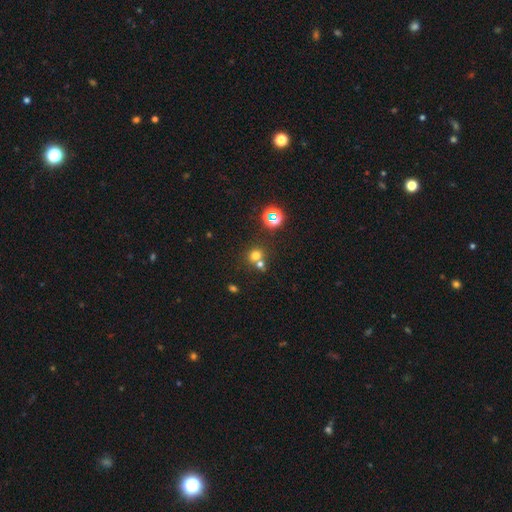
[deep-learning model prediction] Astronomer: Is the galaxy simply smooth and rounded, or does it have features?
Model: smooth — 64%.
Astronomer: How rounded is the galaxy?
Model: round — 80%.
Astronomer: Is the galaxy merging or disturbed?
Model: none — 53% (runner-up: merger, 36%).